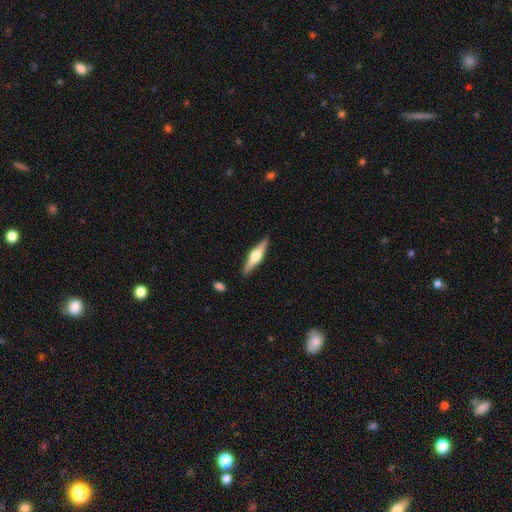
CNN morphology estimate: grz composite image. It shows a featured or disk galaxy (68%) viewed edge-on (97%) with a rounded central bulge (94%). Merging: none (90%).